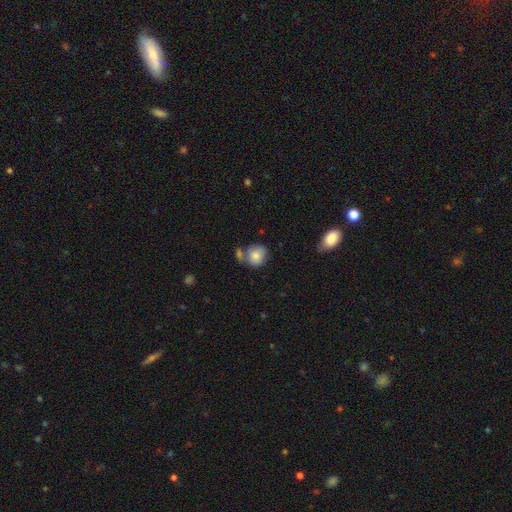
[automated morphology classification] This appears to be a smooth galaxy with no disk features (80%) that is round (81%). Merging: none (54%).